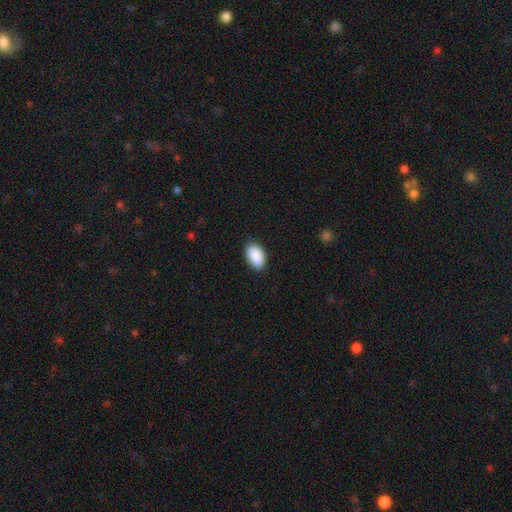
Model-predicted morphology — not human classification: smooth_or_featured: smooth (p=0.91) [alt: star or artifact p=0.06]
how_rounded: in between (p=0.94) [alt: round p=0.04]
merging: none (p=0.88) [alt: minor disturbance p=0.09]